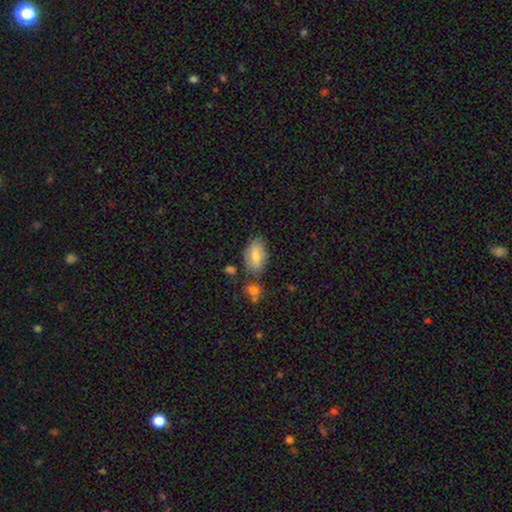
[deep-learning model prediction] Smooth or featured? smooth (78%)
How rounded? in between (92%)
Merging? none (67%)